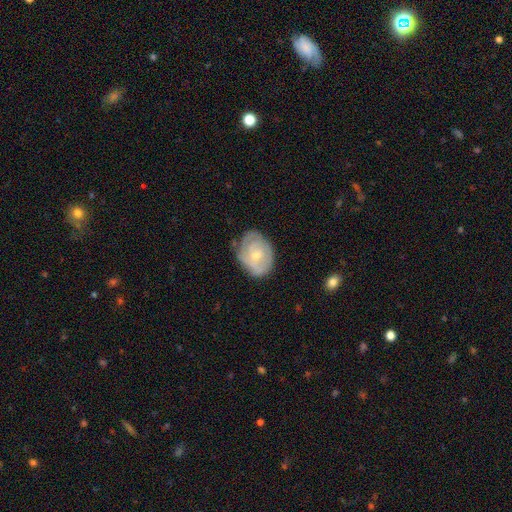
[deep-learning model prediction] This appears to be a featured or disk galaxy (61%) with no bar (74%), spiral arms (72%) and a small central bulge (54%). Merging: none (62%).